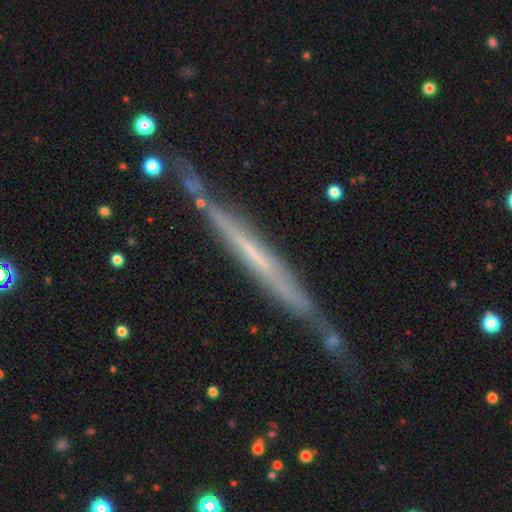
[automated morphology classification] Smooth or featured?
  - featured or disk: 69% *
  - smooth: 23%
  - star or artifact: 8%
Edge-on disk?
  - yes: 93% *
  - no: 7%
Edge-on bulge?
  - none: 84% *
  - rounded: 10%
  - boxy: 6%
Merging?
  - none: 75% *
  - minor disturbance: 18%
  - major disturbance: 4%
  - merger: 3%